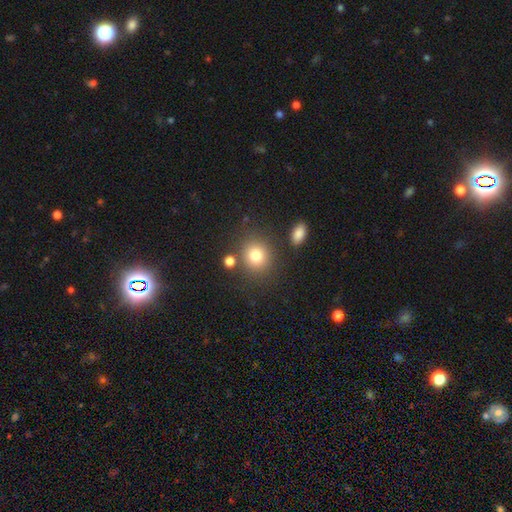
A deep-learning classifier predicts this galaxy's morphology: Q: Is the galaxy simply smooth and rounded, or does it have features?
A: smooth — 80%.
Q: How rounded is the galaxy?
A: round — 82%.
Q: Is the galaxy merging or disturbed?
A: none — 78%.